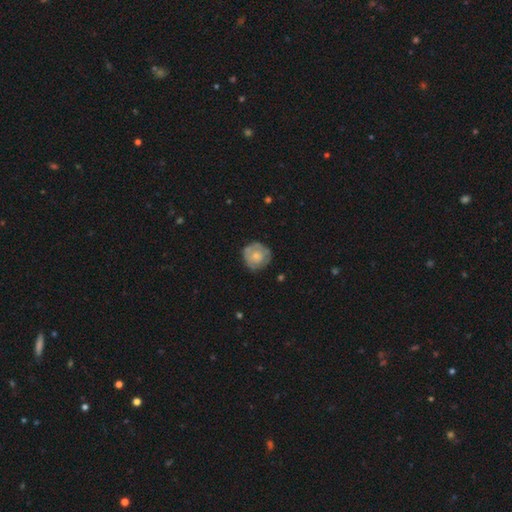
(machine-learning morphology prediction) Smooth or featured? Predicted: smooth (p=0.52). How rounded? Predicted: round (p=0.89). Merging? Predicted: none (p=0.69).